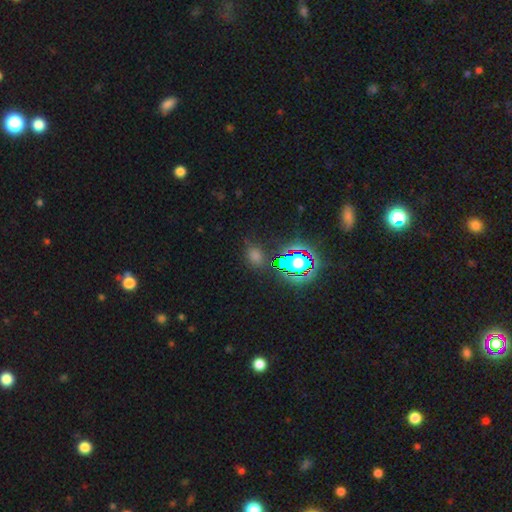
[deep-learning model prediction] A star or artifact, not a galaxy (52%).